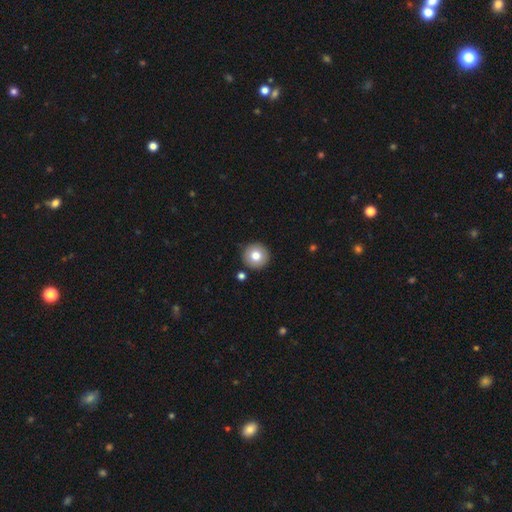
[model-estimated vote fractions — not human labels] This is likely a smooth galaxy (78%). How rounded: clearly round (96%). Merging: clearly none (90%).